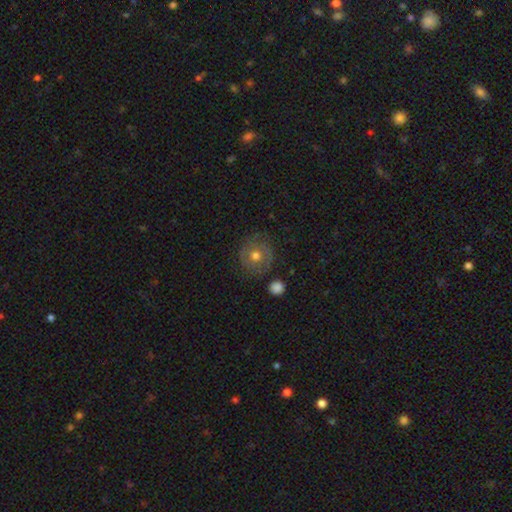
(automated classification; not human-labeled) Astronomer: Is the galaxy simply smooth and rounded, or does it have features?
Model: smooth — 47% (runner-up: featured or disk, 44%).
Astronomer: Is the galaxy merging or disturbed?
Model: none — 76%.